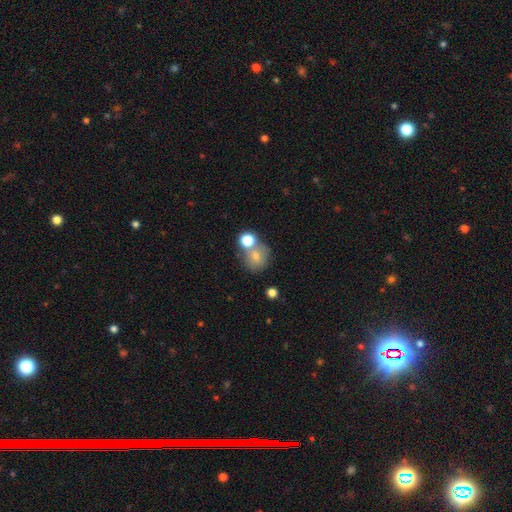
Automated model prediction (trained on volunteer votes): The model was most divided on "merging": none: 49%, merger: 35%, minor disturbance: 11%, major disturbance: 5%. More confident: how rounded — round (78%); smooth or featured — smooth (73%).